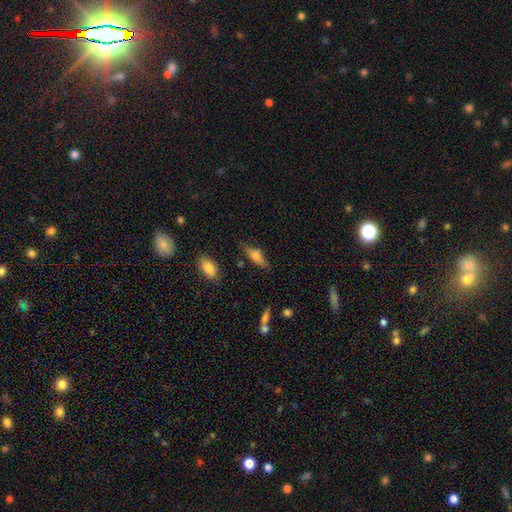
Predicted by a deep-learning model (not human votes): Smooth or featured? Predicted: smooth (p=0.66). How rounded? Predicted: in between (p=0.61). Merging? Predicted: none (p=0.74).